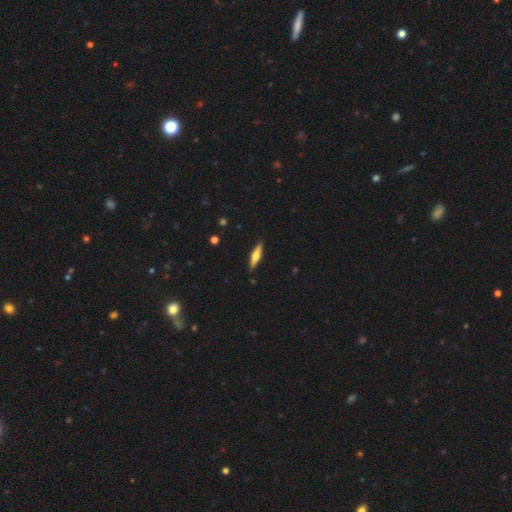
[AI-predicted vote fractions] Q: Smooth or featured?
A: smooth (49%); runner-up: featured or disk (45%)
Q: Merging?
A: none (89%); runner-up: minor disturbance (8%)